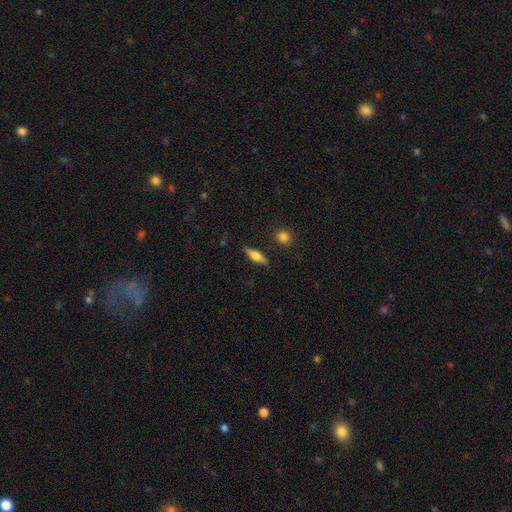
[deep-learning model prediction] Smooth or featured? Predicted: smooth (p=0.53). How rounded? Predicted: in between (p=0.54). Merging? Predicted: none (p=0.84).